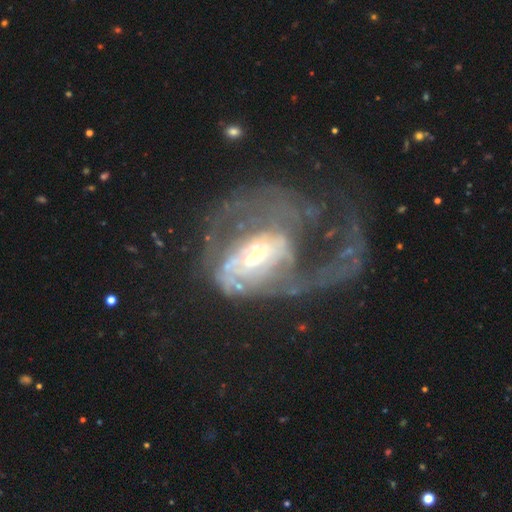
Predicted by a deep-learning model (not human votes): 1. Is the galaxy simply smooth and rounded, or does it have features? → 77% featured or disk, 14% smooth, 9% star or artifact.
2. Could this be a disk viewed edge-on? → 96% no, 4% yes.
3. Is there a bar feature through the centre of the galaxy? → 57% no, 31% weak, 13% strong.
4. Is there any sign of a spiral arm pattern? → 64% yes, 36% no.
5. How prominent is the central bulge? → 55% small, 34% moderate, 6% large, 3% none, 2% dominant.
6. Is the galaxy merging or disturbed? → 68% major disturbance, 15% none, 9% minor disturbance, 8% merger.